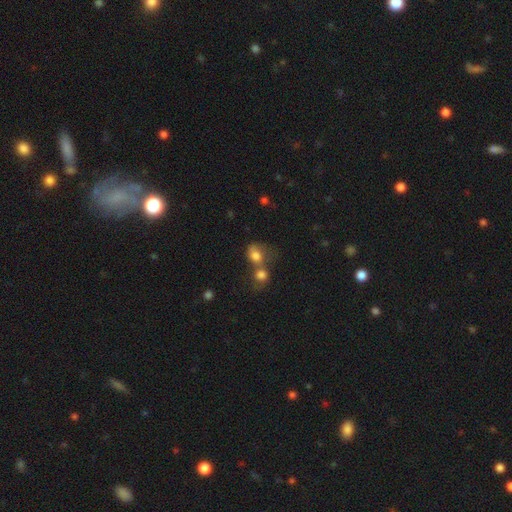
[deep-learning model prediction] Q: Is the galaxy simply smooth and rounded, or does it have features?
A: smooth — 77%.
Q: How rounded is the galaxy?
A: round — 53%.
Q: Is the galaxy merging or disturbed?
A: merger — 63%.